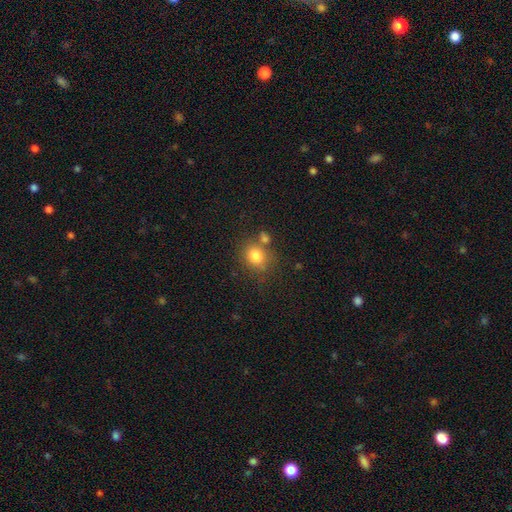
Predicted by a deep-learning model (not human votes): Overall: smooth (81%). How rounded: round (67%; in between 32%). Merging: none (61%).